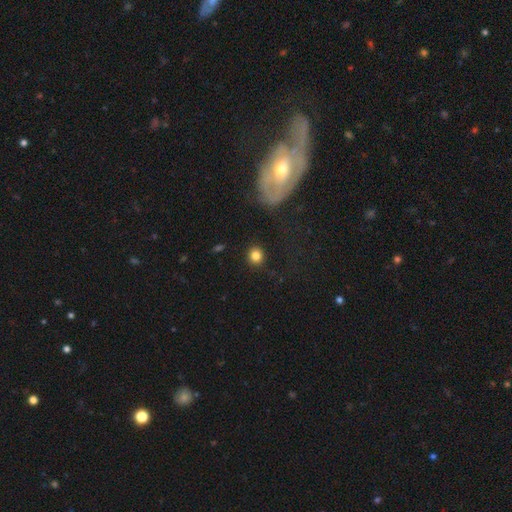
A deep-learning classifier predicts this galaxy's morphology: A smooth galaxy with no disk features (83%) that is round (87%). Merging: none (90%).